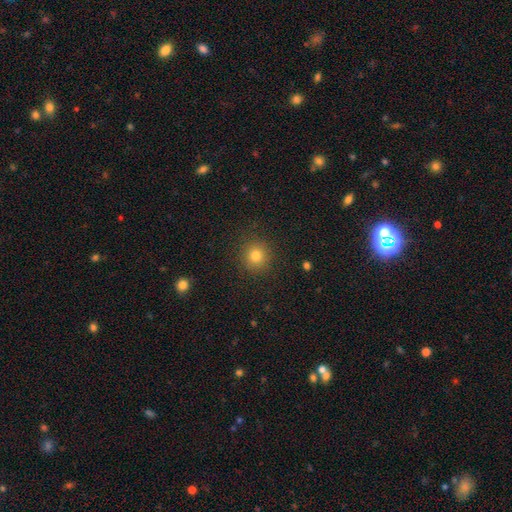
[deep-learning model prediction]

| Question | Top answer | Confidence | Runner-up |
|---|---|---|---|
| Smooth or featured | smooth | 80% | star or artifact (14%) |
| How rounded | round | 91% | in between (8%) |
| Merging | none | 90% | minor disturbance (7%) |